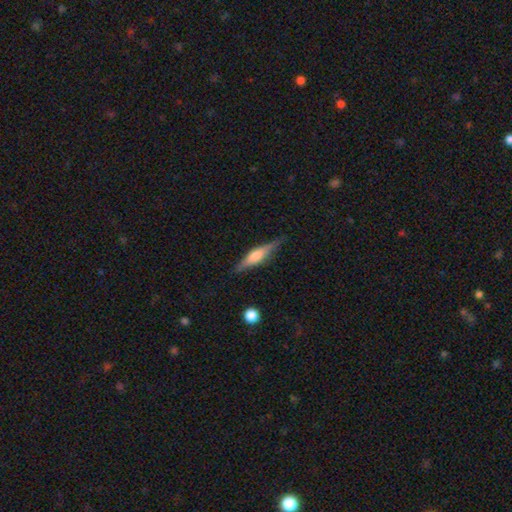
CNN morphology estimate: type=featured or disk (56%); edge-on=yes (95%); edge-on bulge=rounded (78%); merging=none (84%).